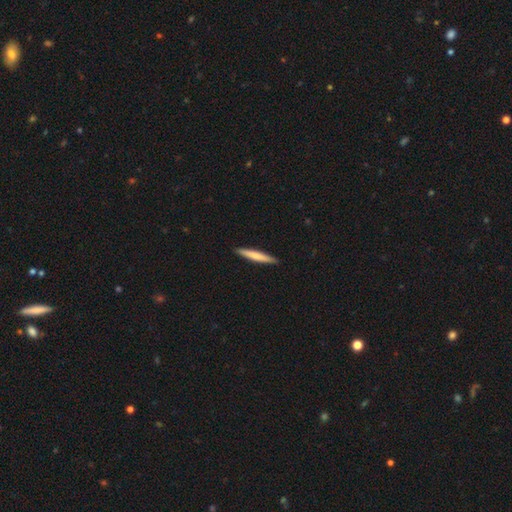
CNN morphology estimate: Smooth or featured? Predicted: smooth (p=0.68). How rounded? Predicted: cigar-shaped (p=0.95). Merging? Predicted: none (p=0.92).